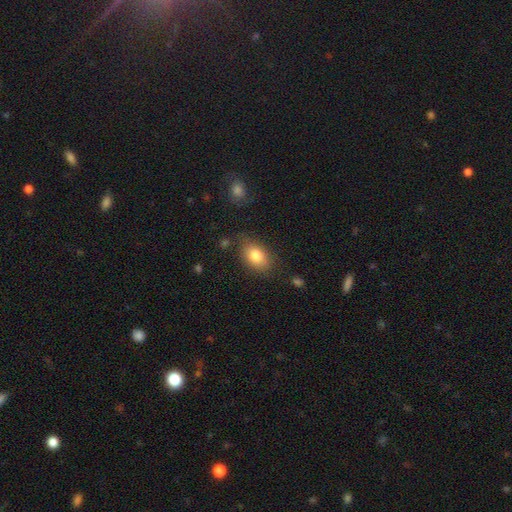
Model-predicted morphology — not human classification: This appears to be a smooth galaxy with no disk features (82%) that is in between round and cigar-shaped (81%). Merging: none (76%).